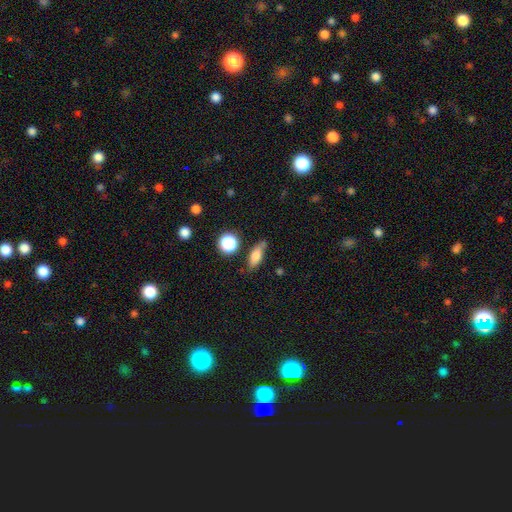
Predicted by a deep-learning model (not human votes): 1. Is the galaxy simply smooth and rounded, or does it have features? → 74% smooth, 15% featured or disk, 11% star or artifact.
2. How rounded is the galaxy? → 65% in between, 24% cigar-shaped, 10% round.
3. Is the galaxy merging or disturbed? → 62% none, 24% minor disturbance, 7% major disturbance, 6% merger.